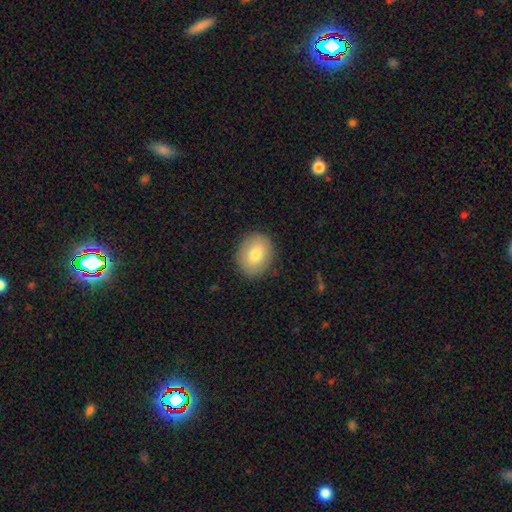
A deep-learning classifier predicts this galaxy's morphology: smooth-or-featured: smooth: 78% | featured or disk: 14% | star or artifact: 8%
  how-rounded: round: 54% | in between: 45% | cigar-shaped: 1%
  merging: none: 88% | minor disturbance: 9% | major disturbance: 2% | merger: 1%